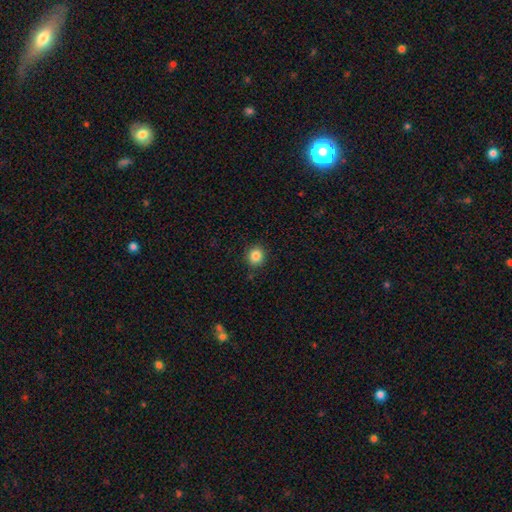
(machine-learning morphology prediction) The model was most divided on "how rounded": round: 84%, in between: 15%, cigar-shaped: 1%. More confident: merging — none (89%); smooth or featured — smooth (85%).